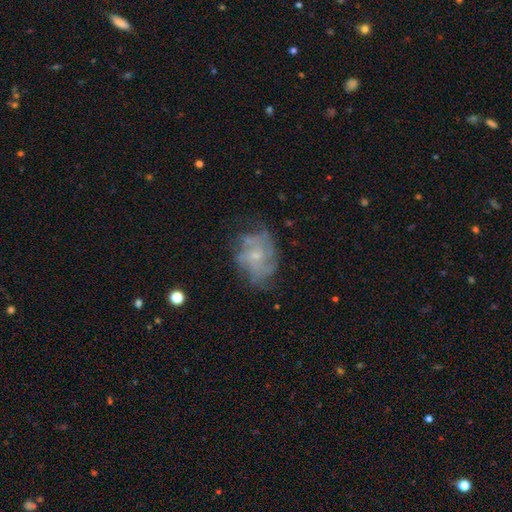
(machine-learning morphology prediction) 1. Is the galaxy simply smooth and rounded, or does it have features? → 72% featured or disk, 18% smooth, 9% star or artifact.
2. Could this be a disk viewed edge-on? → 97% no, 3% yes.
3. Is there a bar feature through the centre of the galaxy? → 76% no, 21% weak, 3% strong.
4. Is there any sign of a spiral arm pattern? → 81% yes, 19% no.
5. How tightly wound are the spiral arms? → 43% tight, 39% medium, 17% loose.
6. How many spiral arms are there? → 42% can't tell, 18% 3, 17% 4, 12% 2, 6% more than 4, 5% 1.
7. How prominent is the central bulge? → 71% small, 21% moderate, 6% none, 1% large, 1% dominant.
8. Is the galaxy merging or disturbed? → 58% none, 24% minor disturbance, 15% major disturbance, 3% merger.